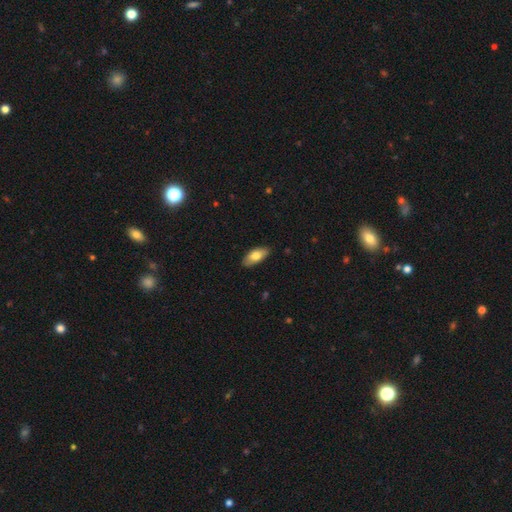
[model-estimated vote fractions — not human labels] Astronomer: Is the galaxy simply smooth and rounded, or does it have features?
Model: smooth — 76%.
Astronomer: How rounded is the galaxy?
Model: in between — 88%.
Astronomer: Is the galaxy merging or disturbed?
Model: none — 84%.